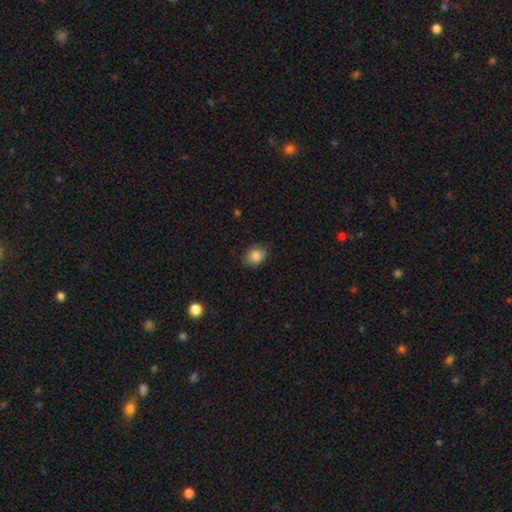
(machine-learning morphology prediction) smooth 85%, star or artifact 9%, featured or disk 6%. Down the decision tree: how rounded — in between (50%); merging — none (81%).